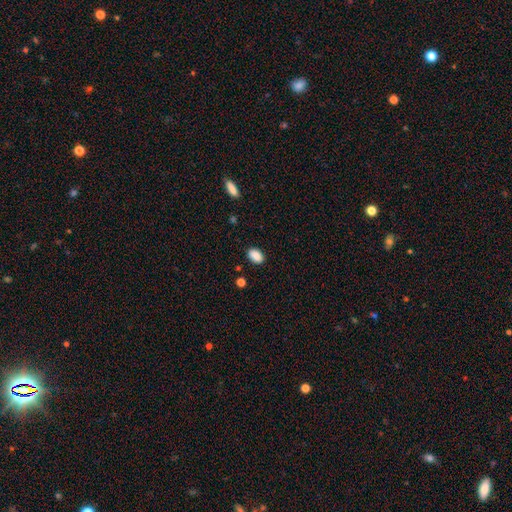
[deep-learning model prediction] Smooth or featured? smooth (88%)
How rounded? in between (85%)
Merging? none (85%)